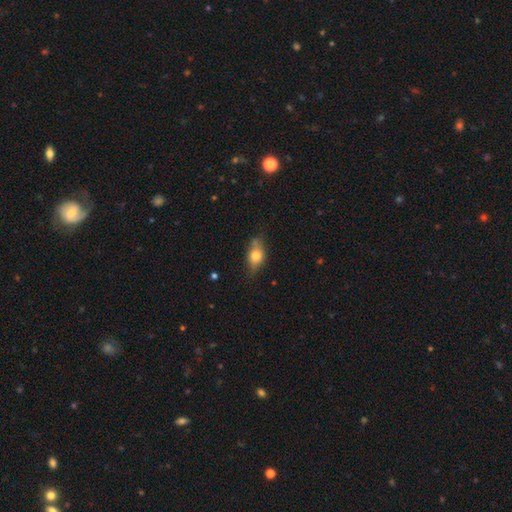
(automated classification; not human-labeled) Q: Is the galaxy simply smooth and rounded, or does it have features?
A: smooth — 73%.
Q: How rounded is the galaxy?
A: in between — 80%.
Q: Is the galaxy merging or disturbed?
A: none — 63%.